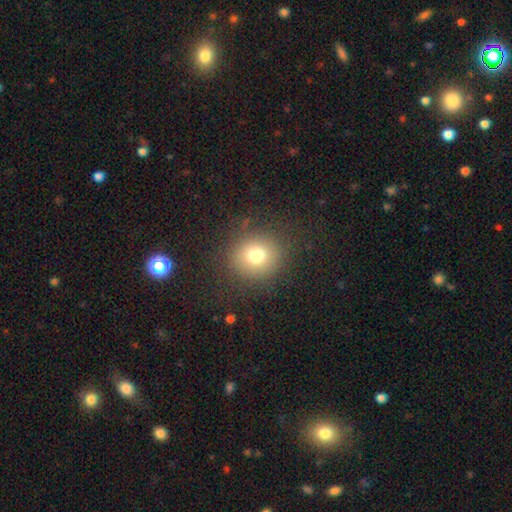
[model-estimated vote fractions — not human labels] smooth 74%, star or artifact 15%, featured or disk 11%. Down the decision tree: how rounded — round (86%); merging — none (84%).